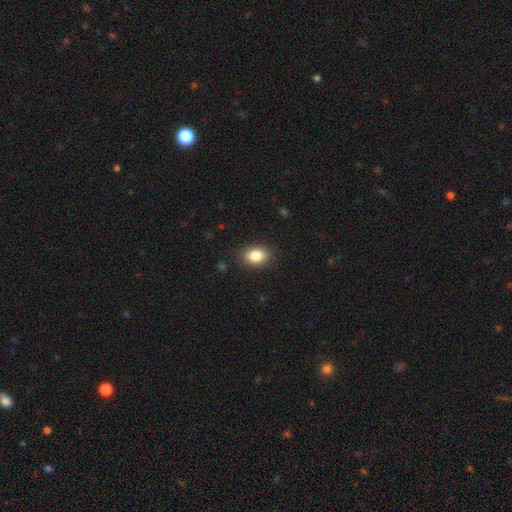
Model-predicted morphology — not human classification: Smooth or featured?
  - smooth: 85% *
  - star or artifact: 9%
  - featured or disk: 6%
How rounded?
  - in between: 73% *
  - round: 26%
  - cigar-shaped: 1%
Merging?
  - none: 88% *
  - minor disturbance: 9%
  - major disturbance: 2%
  - merger: 1%